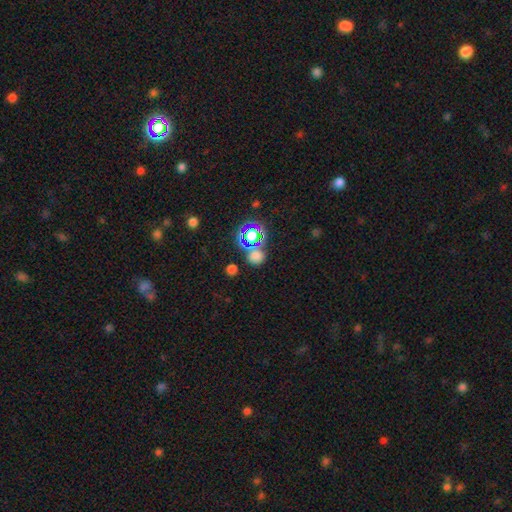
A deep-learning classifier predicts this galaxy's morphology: A smooth galaxy with no disk features (62%) that is round (79%). Merging: none (68%).